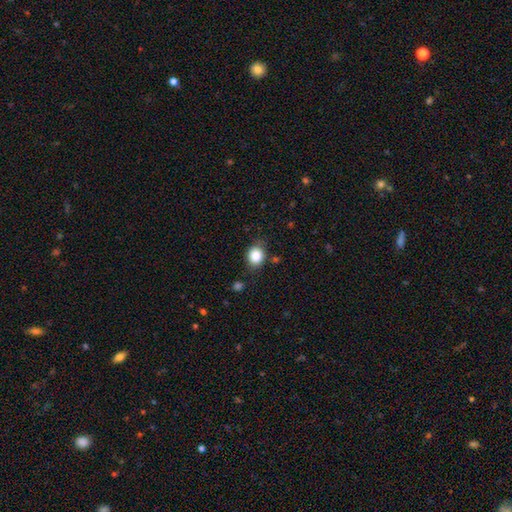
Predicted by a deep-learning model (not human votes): This is clearly a smooth galaxy (86%). How rounded: likely round (63%). Merging: likely none (78%).